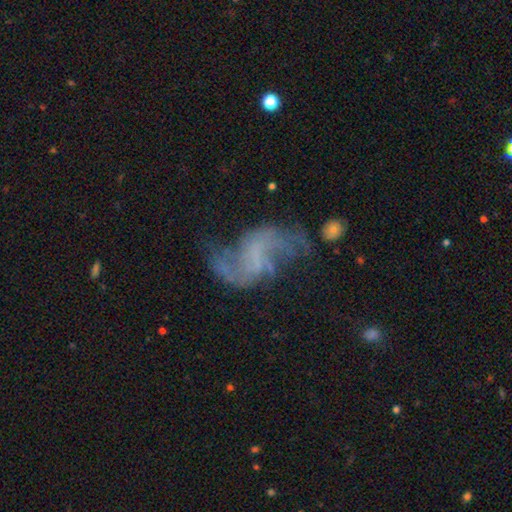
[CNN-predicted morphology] A featured or disk galaxy (80%) with no bar (41%), 2 (86%) loose (76%) spiral arms (87%) and no central bulge (71%).

Vote fractions:
- Smooth or featured? featured or disk: 80% / smooth: 10% / star or artifact: 10%
- Edge-on disk? no: 98% / yes: 2%
- Bar? no: 41% / weak: 39% / strong: 20%
- Spiral arms? yes: 87% / no: 13%
- Spiral winding? loose: 76% / medium: 18% / tight: 5%
- Spiral arm count? 2: 86% / can't tell: 5% / 1: 3% / 3: 2% / 4: 1% / more than 4: 1%
- Bulge size? none: 71% / small: 19% / moderate: 6% / large: 2% / dominant: 1%
- Merging? none: 51% / major disturbance: 24% / minor disturbance: 20% / merger: 6%